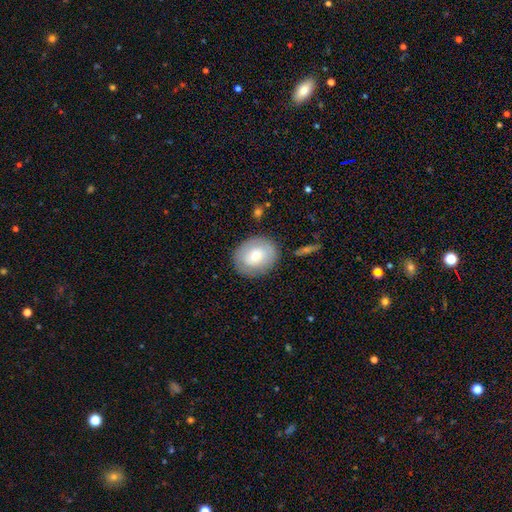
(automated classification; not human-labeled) A smooth galaxy with no disk features (68%) that is round (55%).

Vote fractions:
- Smooth or featured? smooth: 68% / featured or disk: 25% / star or artifact: 7%
- How rounded? round: 55% / in between: 44% / cigar-shaped: 1%
- Merging? none: 82% / minor disturbance: 12% / major disturbance: 4% / merger: 2%